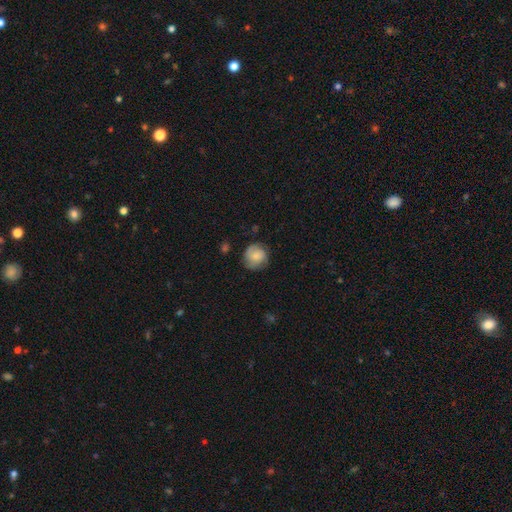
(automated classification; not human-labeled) The model was most divided on "smooth or featured": smooth: 51%, featured or disk: 41%, star or artifact: 8%. More confident: how rounded — round (87%); merging — none (75%).